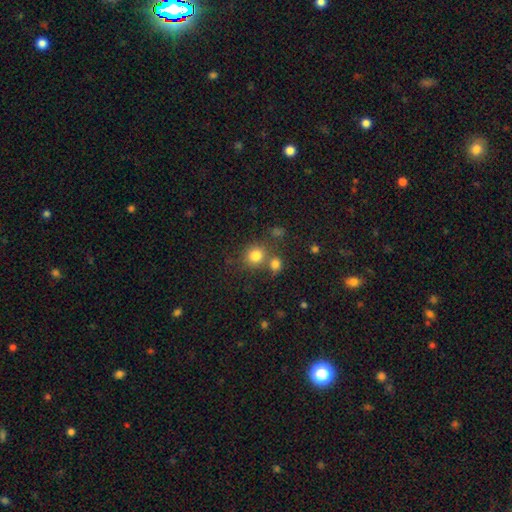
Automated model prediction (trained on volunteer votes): Morphology: type=smooth (80%); roundness=round (84%); merging=none (62%).